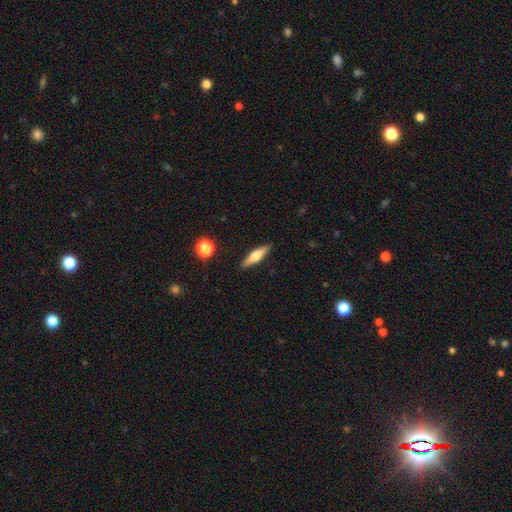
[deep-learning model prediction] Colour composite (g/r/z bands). It shows a smooth galaxy with no disk features (47%). Merging: none (89%).